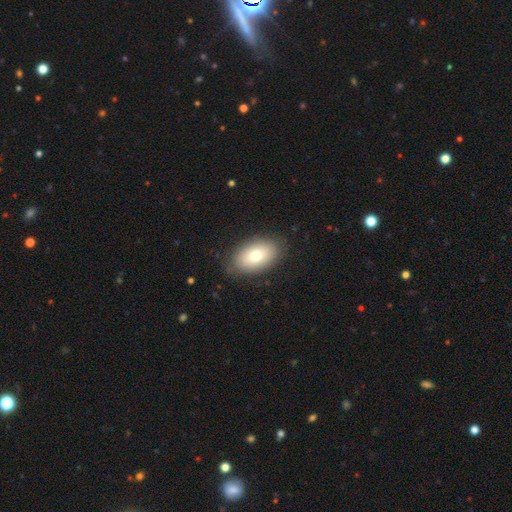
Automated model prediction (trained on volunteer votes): A smooth galaxy with no disk features (75%) that is in between round and cigar-shaped (90%). Merging: none (84%).